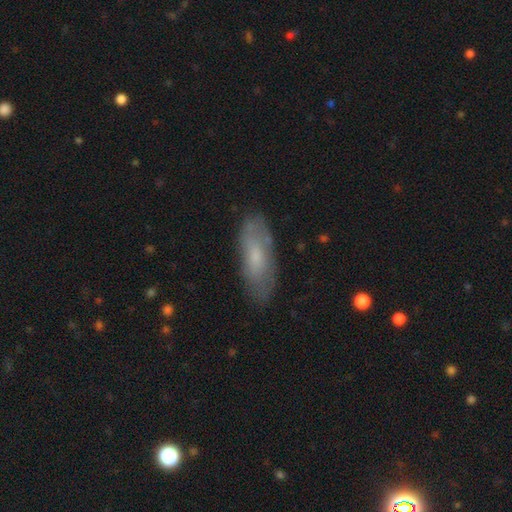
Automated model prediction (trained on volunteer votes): The model was most divided on "smooth or featured": smooth: 60%, featured or disk: 33%, star or artifact: 7%. More confident: merging — none (77%); how rounded — in between (68%).